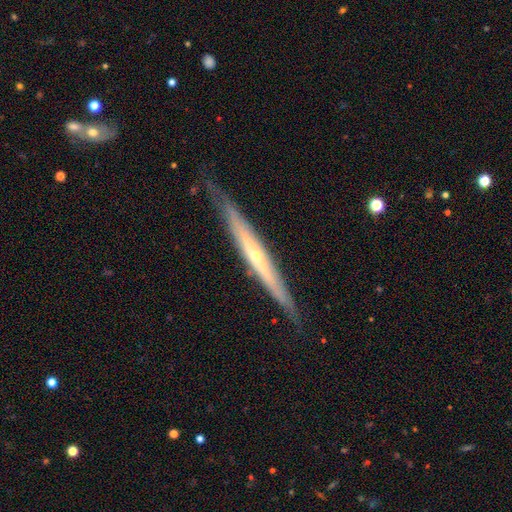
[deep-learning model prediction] Q: Smooth or featured?
A: featured or disk (76%); runner-up: smooth (18%)
Q: Edge-on disk?
A: yes (93%); runner-up: no (7%)
Q: Edge-on bulge?
A: rounded (64%); runner-up: none (33%)
Q: Merging?
A: none (83%); runner-up: minor disturbance (13%)